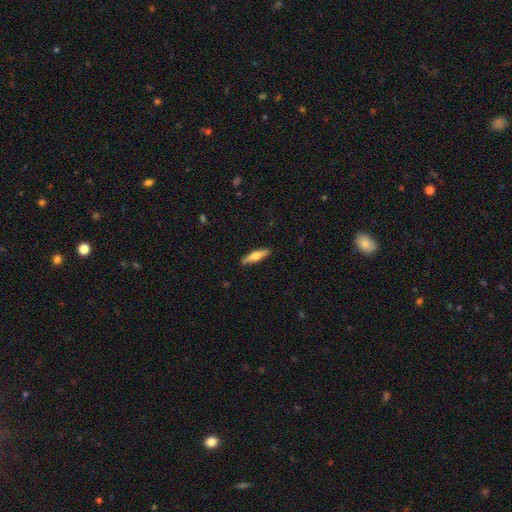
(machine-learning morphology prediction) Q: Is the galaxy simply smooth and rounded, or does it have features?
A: smooth — 55%.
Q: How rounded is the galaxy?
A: cigar-shaped — 71%.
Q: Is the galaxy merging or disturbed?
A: none — 89%.